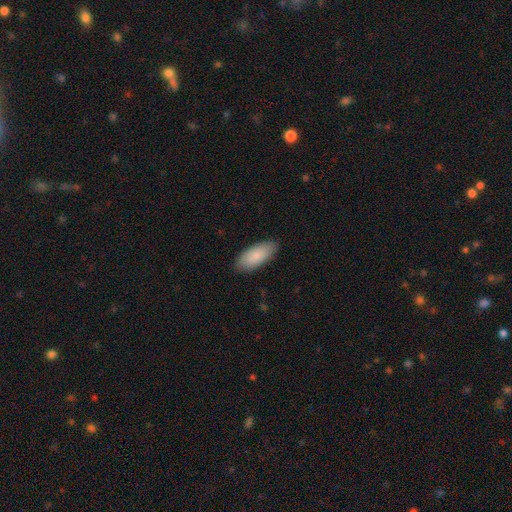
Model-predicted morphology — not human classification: A smooth galaxy with no disk features (87%) that is in between round and cigar-shaped (85%).

Vote fractions:
- Smooth or featured? smooth: 87% / featured or disk: 7% / star or artifact: 6%
- How rounded? in between: 85% / cigar-shaped: 14% / round: 2%
- Merging? none: 87% / minor disturbance: 10% / major disturbance: 2% / merger: 1%